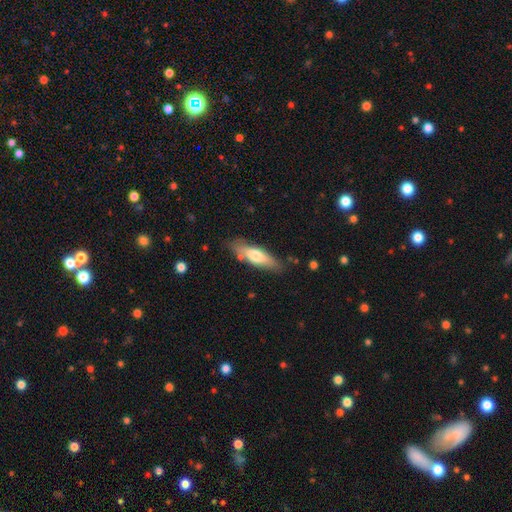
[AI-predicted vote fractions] smooth_or_featured: smooth (p=0.60) [alt: featured or disk p=0.34]
how_rounded: cigar-shaped (p=0.54) [alt: in between p=0.44]
merging: none (p=0.78) [alt: minor disturbance p=0.15]